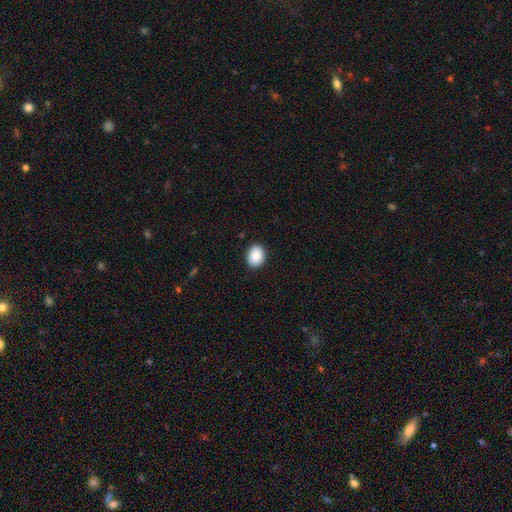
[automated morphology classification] Smooth or featured?
  - smooth: 89% *
  - star or artifact: 7%
  - featured or disk: 4%
How rounded?
  - in between: 58% *
  - round: 41%
  - cigar-shaped: 1%
Merging?
  - none: 90% *
  - minor disturbance: 7%
  - major disturbance: 2%
  - merger: 1%